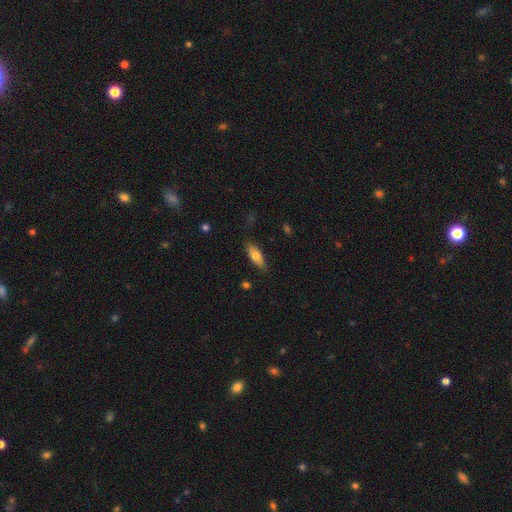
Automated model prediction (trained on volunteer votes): Overall: smooth (72%). How rounded: in between (61%; cigar-shaped 37%). Merging: none (80%).